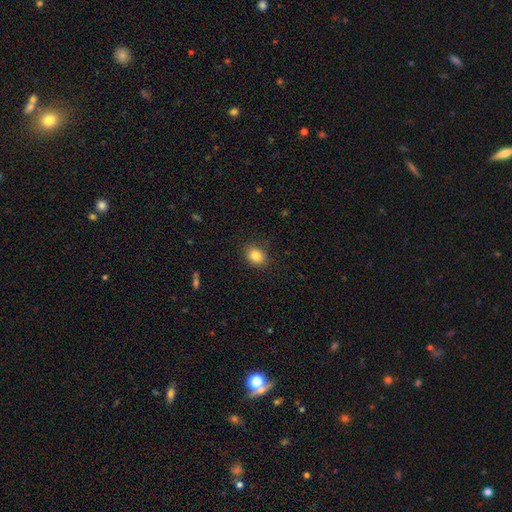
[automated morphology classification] Smooth or featured?
  - smooth: 84% *
  - star or artifact: 10%
  - featured or disk: 6%
How rounded?
  - round: 51% *
  - in between: 48%
  - cigar-shaped: 1%
Merging?
  - none: 88% *
  - minor disturbance: 9%
  - major disturbance: 2%
  - merger: 1%